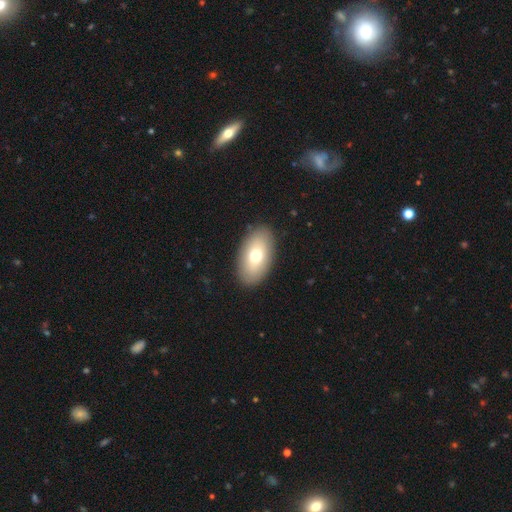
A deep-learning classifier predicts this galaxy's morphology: A smooth galaxy with no disk features (71%) that is in between round and cigar-shaped (93%).

Vote fractions:
- Smooth or featured? smooth: 71% / featured or disk: 22% / star or artifact: 7%
- How rounded? in between: 93% / round: 5% / cigar-shaped: 2%
- Merging? none: 89% / minor disturbance: 8% / major disturbance: 2% / merger: 1%